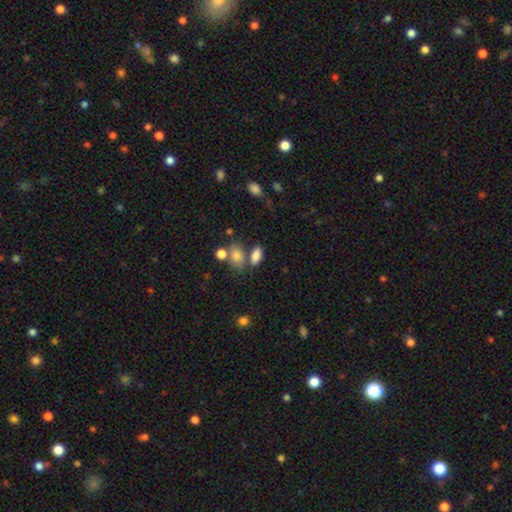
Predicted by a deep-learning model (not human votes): smooth_or_featured: smooth (p=0.82) [alt: star or artifact p=0.10]
how_rounded: in between (p=0.86) [alt: round p=0.10]
merging: none (p=0.58) [alt: merger p=0.23]